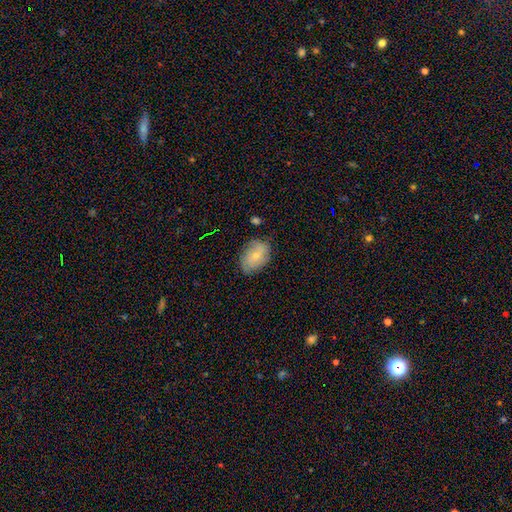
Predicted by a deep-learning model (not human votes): This appears to be a smooth galaxy with no disk features (61%) that is in between round and cigar-shaped (81%). Merging: none (75%).